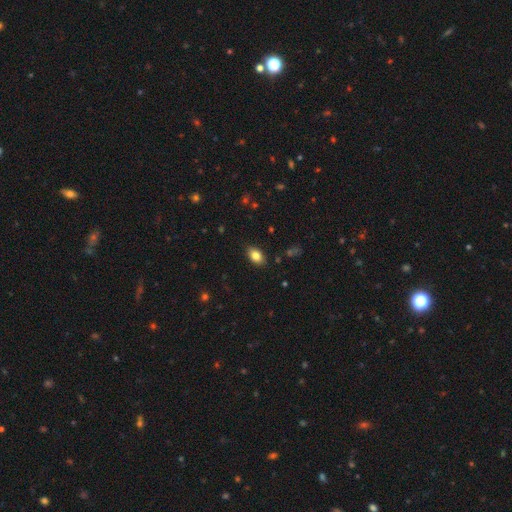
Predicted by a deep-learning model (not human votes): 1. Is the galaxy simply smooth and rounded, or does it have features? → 83% smooth, 9% star or artifact, 8% featured or disk.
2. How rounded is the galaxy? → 88% in between, 10% round, 2% cigar-shaped.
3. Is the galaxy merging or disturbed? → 86% none, 10% minor disturbance, 2% major disturbance, 1% merger.